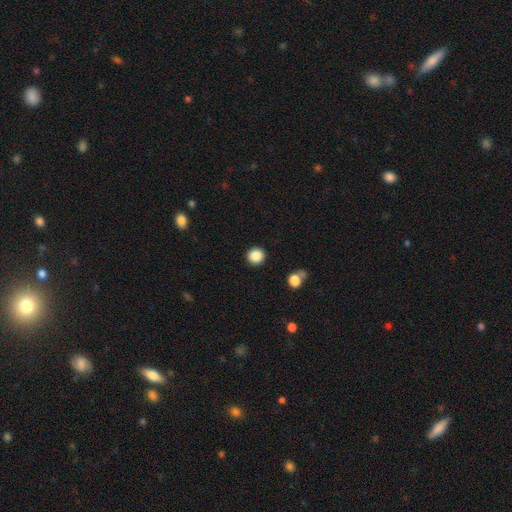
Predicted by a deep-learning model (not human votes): Smooth or featured? Predicted: smooth (p=0.87). How rounded? Predicted: round (p=0.93). Merging? Predicted: none (p=0.91).